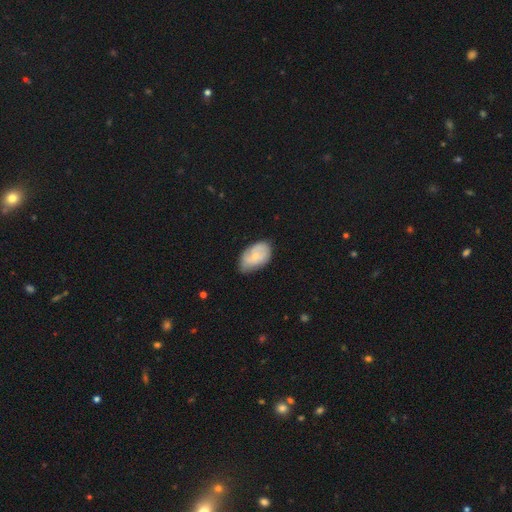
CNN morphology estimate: Overall: smooth (52%; featured or disk 42%). How rounded: in between (89%). Merging: none (58%; minor disturbance 33%).